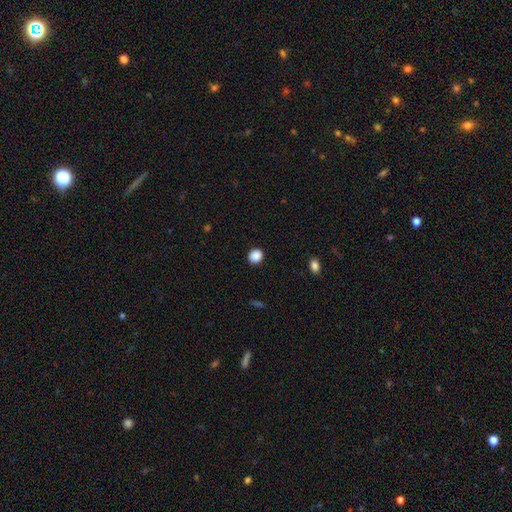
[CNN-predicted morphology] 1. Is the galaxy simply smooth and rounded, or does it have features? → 89% smooth, 9% star or artifact, 2% featured or disk.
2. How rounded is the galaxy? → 80% round, 19% in between, 1% cigar-shaped.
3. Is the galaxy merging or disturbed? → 91% none, 6% minor disturbance, 2% major disturbance, 1% merger.